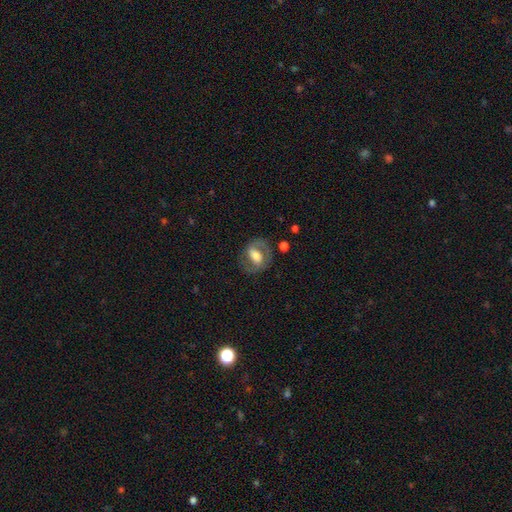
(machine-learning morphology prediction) Smooth or featured?
  - featured or disk: 60% *
  - smooth: 33%
  - star or artifact: 7%
Edge-on disk?
  - no: 95% *
  - yes: 5%
Bar?
  - weak: 38% *
  - strong: 33%
  - no: 29%
Spiral arms?
  - yes: 68% *
  - no: 32%
Bulge size?
  - moderate: 42% *
  - large: 36%
  - small: 13%
  - dominant: 4%
  - none: 4%
Merging?
  - none: 69% *
  - minor disturbance: 17%
  - major disturbance: 12%
  - merger: 2%